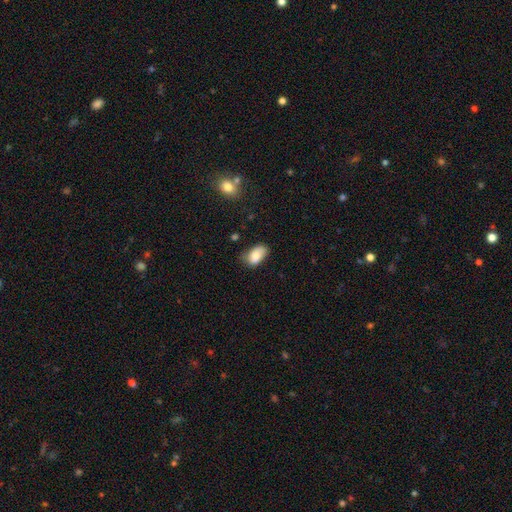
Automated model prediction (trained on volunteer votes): The model was most divided on "merging": none: 56%, minor disturbance: 34%, major disturbance: 8%, merger: 3%. More confident: how rounded — in between (92%); smooth or featured — smooth (81%).